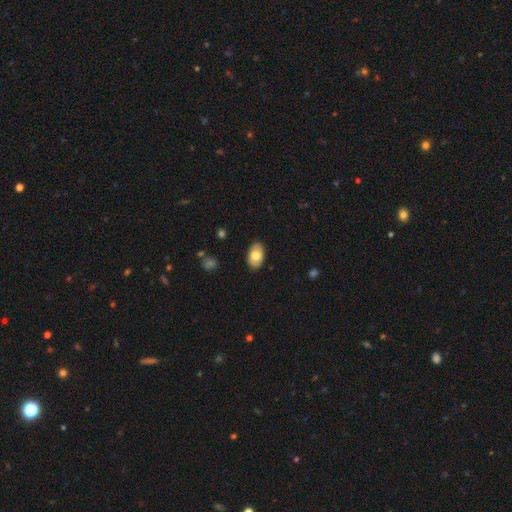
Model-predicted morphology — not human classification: smooth 78%, featured or disk 15%, star or artifact 7%. Down the decision tree: how rounded — in between (92%); merging — none (88%).